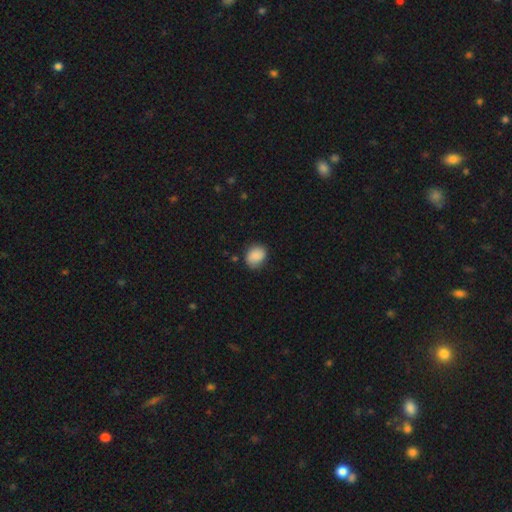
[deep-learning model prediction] Smooth or featured?
  - smooth: 85% *
  - star or artifact: 8%
  - featured or disk: 7%
How rounded?
  - round: 50% *
  - in between: 49%
  - cigar-shaped: 1%
Merging?
  - none: 75% *
  - minor disturbance: 19%
  - major disturbance: 4%
  - merger: 2%